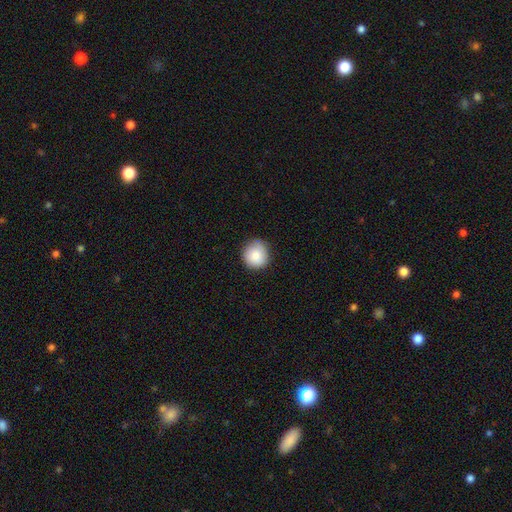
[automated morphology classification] smooth 86%, star or artifact 8%, featured or disk 6%. Down the decision tree: how rounded — round (93%); merging — none (86%).